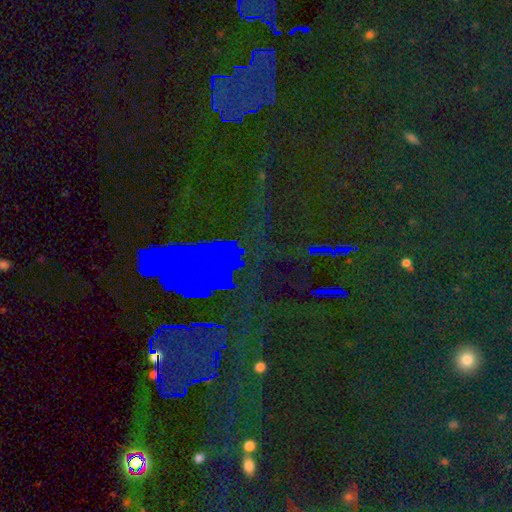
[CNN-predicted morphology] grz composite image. It shows a star or artifact, not a galaxy (76%).